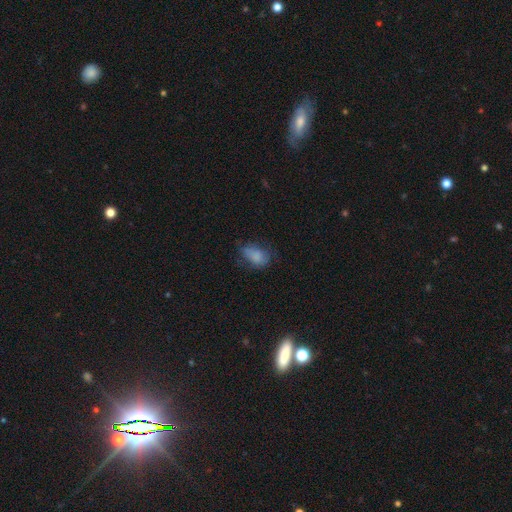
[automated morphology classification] smooth_or_featured: smooth (p=0.75) [alt: featured or disk p=0.15]
how_rounded: in between (p=0.84) [alt: round p=0.15]
merging: none (p=0.50) [alt: minor disturbance p=0.30]